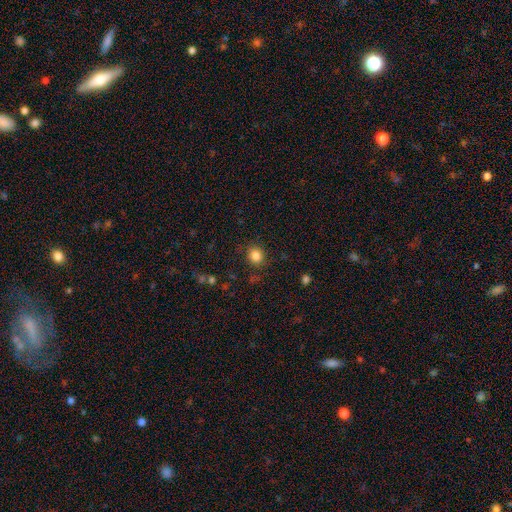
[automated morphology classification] smooth-or-featured: smooth: 84% | star or artifact: 11% | featured or disk: 5%
  how-rounded: round: 81% | in between: 18% | cigar-shaped: 1%
  merging: none: 84% | minor disturbance: 10% | major disturbance: 4% | merger: 2%